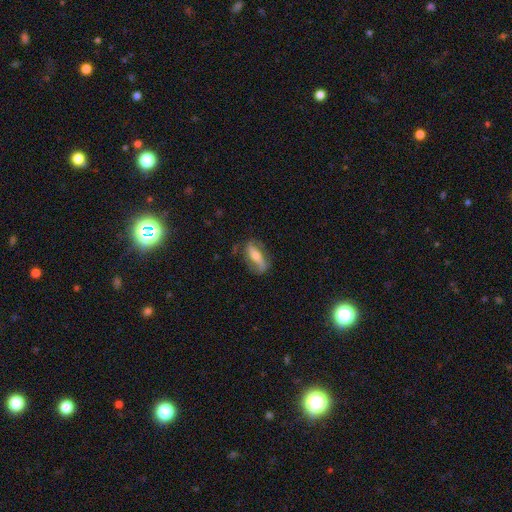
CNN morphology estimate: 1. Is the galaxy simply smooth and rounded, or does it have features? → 57% featured or disk, 36% smooth, 7% star or artifact.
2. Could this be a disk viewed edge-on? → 59% no, 41% yes.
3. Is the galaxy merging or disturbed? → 70% none, 20% minor disturbance, 9% major disturbance, 2% merger.